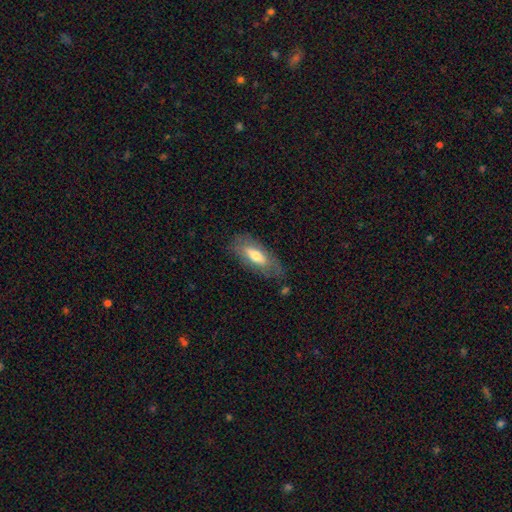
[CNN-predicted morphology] The model was most divided on "smooth or featured": smooth: 61%, featured or disk: 33%, star or artifact: 6%. More confident: how rounded — in between (74%); merging — none (73%).